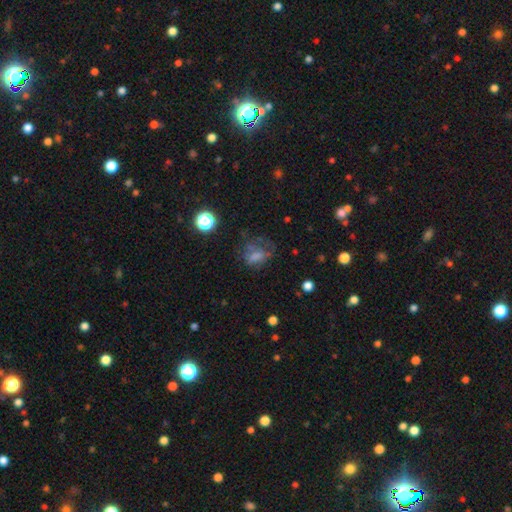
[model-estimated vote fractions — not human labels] Smooth or featured?
  - smooth: 53% *
  - featured or disk: 29%
  - star or artifact: 18%
How rounded?
  - in between: 62% *
  - round: 35%
  - cigar-shaped: 3%
Merging?
  - major disturbance: 37% * (tied)
  - none: 37% * (tied)
  - minor disturbance: 23%
  - merger: 3%